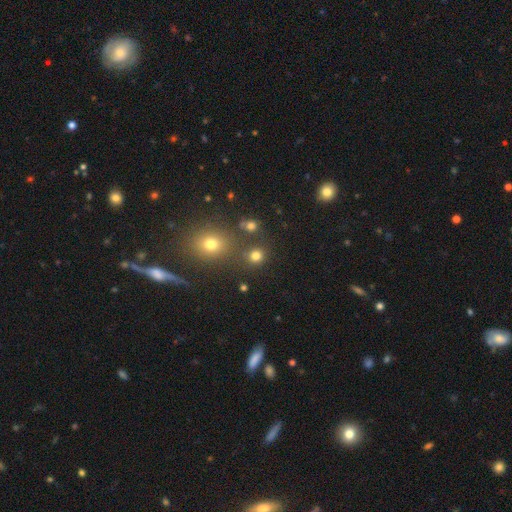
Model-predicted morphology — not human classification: Smooth or featured: smooth — 76% (star or artifact — 18%)
How rounded: round — 88% (in between — 11%)
Merging: none — 78% (merger — 11%)